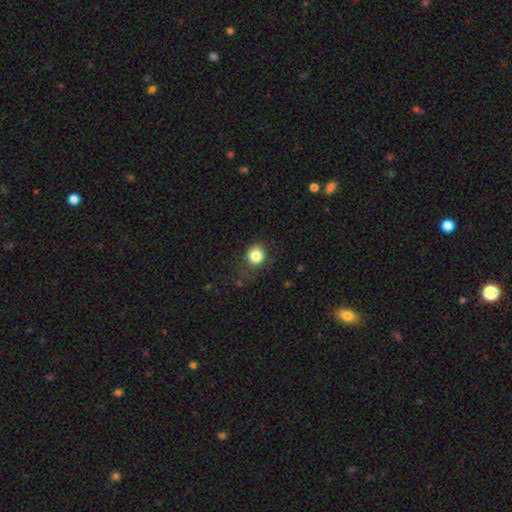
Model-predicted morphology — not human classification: smooth_or_featured: smooth (p=0.84) [alt: star or artifact p=0.10]
how_rounded: round (p=0.80) [alt: in between p=0.19]
merging: none (p=0.74) [alt: minor disturbance p=0.18]